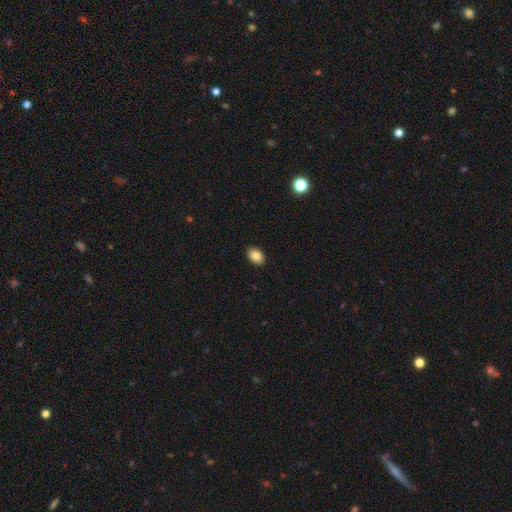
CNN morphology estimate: Overall: smooth (85%). How rounded: in between (81%). Merging: none (90%).